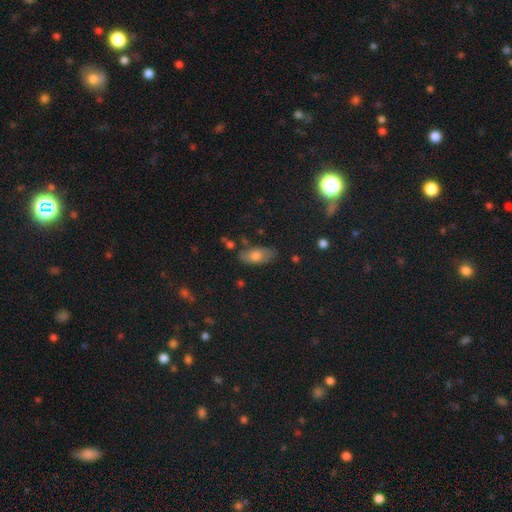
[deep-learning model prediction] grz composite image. It shows a smooth galaxy with no disk features (68%) that is in between round and cigar-shaped (88%). Merging: none (73%).